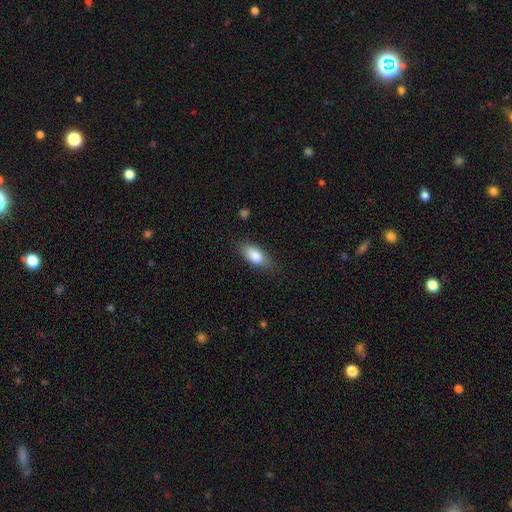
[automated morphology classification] Smooth or featured?
  - smooth: 83% *
  - featured or disk: 10%
  - star or artifact: 7%
How rounded?
  - in between: 85% *
  - cigar-shaped: 12%
  - round: 3%
Merging?
  - none: 80% *
  - minor disturbance: 16%
  - major disturbance: 4%
  - merger: 1%